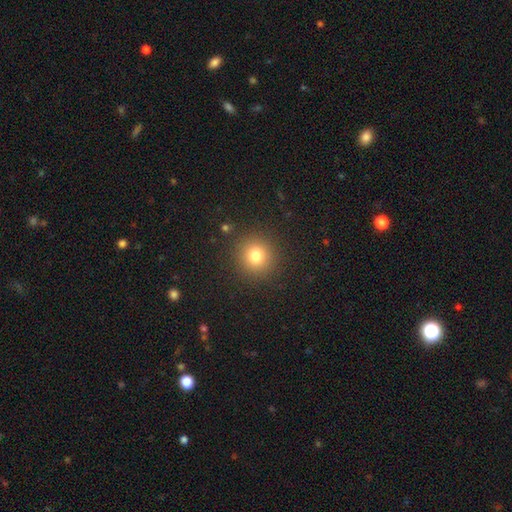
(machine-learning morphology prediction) This is likely a smooth galaxy (78%). How rounded: clearly round (93%). Merging: clearly none (90%).